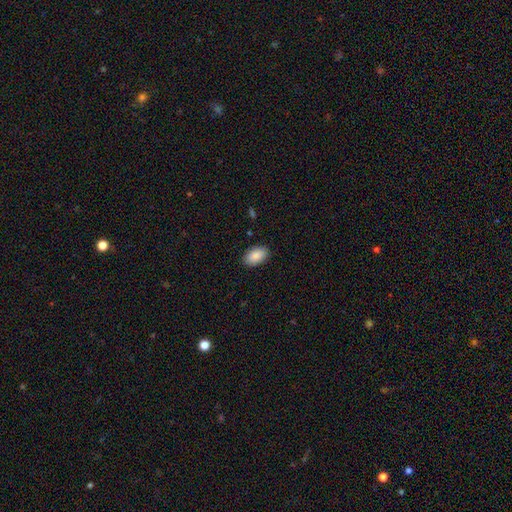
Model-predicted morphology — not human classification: A smooth galaxy with no disk features (89%) that is in between round and cigar-shaped (94%). Merging: none (89%).